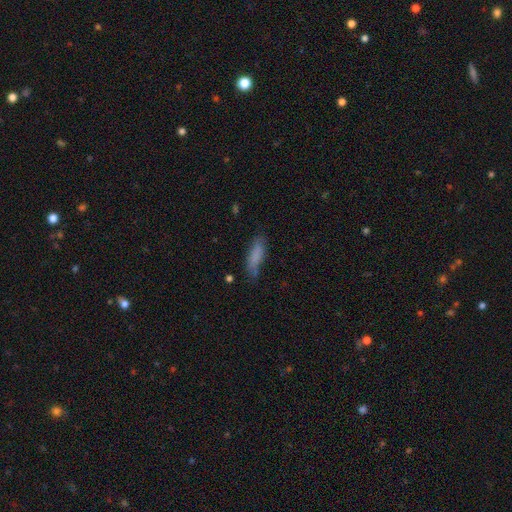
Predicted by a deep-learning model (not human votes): A smooth galaxy with no disk features (81%) that is cigar-shaped (56%).

Vote fractions:
- Smooth or featured? smooth: 81% / featured or disk: 12% / star or artifact: 7%
- How rounded? cigar-shaped: 56% / in between: 43% / round: 2%
- Merging? none: 70% / minor disturbance: 22% / major disturbance: 6% / merger: 2%